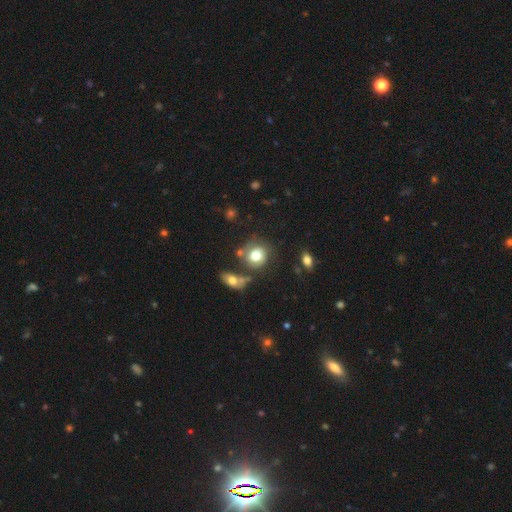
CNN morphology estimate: smooth 68%, featured or disk 23%, star or artifact 9%. Down the decision tree: how rounded — round (71%); merging — none (56%).